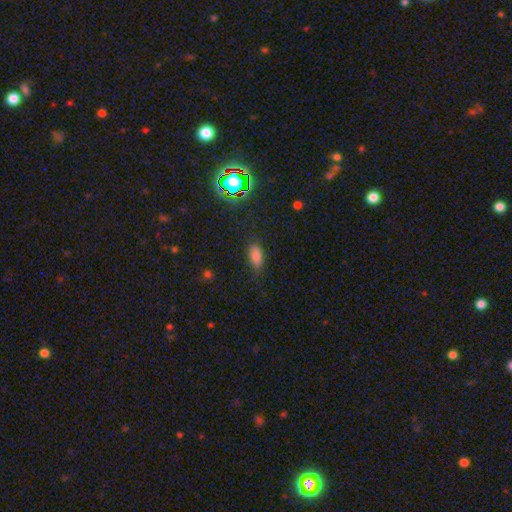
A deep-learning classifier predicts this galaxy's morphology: The model was most divided on "merging": none: 73%, minor disturbance: 20%, major disturbance: 6%, merger: 2%. More confident: how rounded — in between (81%); smooth or featured — smooth (74%).